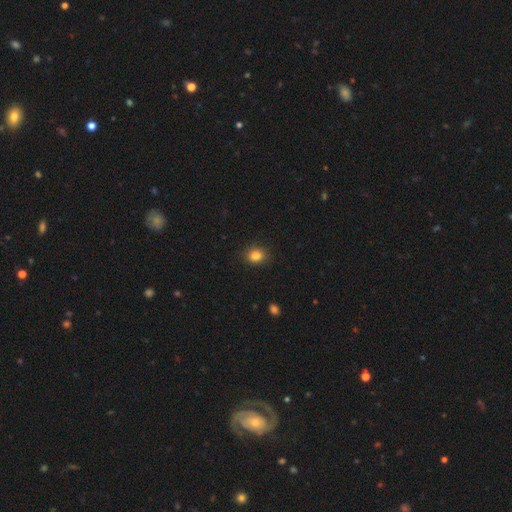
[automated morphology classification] Smooth or featured? smooth (84%)
How rounded? round (54%)
Merging? none (87%)